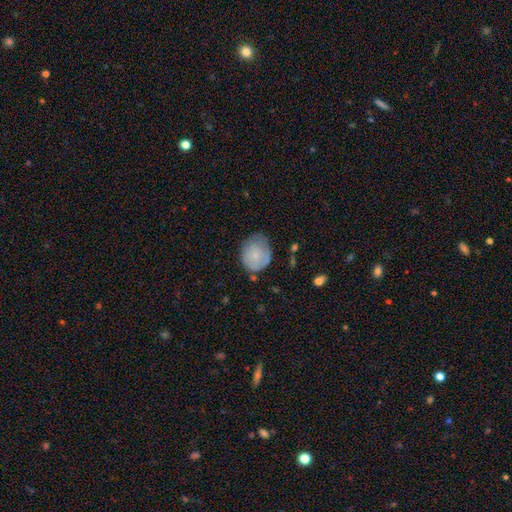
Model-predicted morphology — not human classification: This is likely a smooth galaxy (74%). How rounded: likely round (62%). Merging: possibly none (52%).